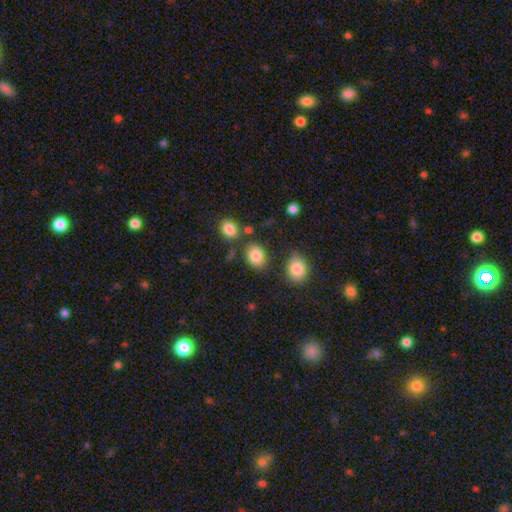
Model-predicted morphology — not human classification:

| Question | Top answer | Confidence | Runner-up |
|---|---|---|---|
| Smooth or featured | smooth | 83% | star or artifact (9%) |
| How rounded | in between | 58% | round (41%) |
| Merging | none | 74% | minor disturbance (14%) |